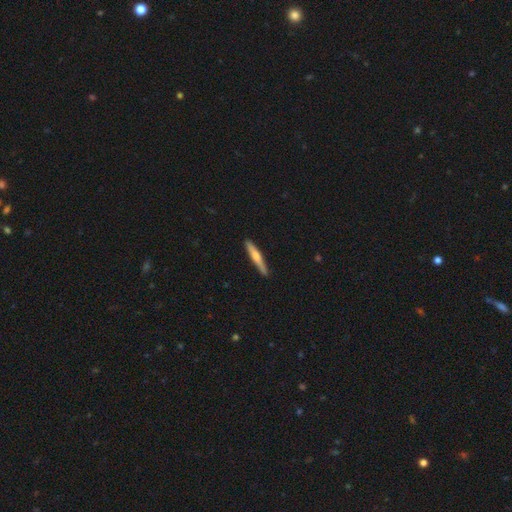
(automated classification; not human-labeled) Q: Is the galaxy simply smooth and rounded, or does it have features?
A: featured or disk — 49%.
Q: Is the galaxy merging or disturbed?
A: none — 90%.